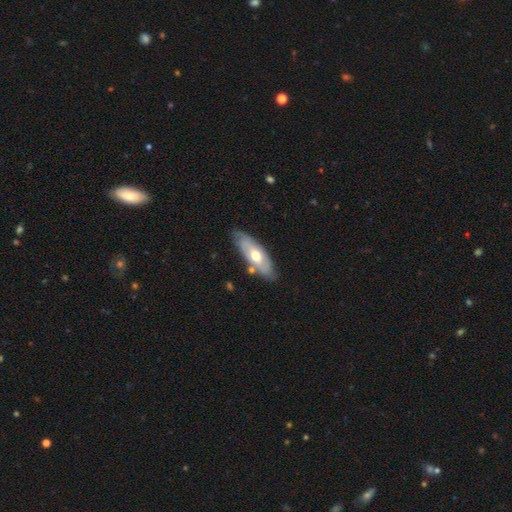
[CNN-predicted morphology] Overall: featured or disk (48%; smooth 46%). Merging: none (77%).